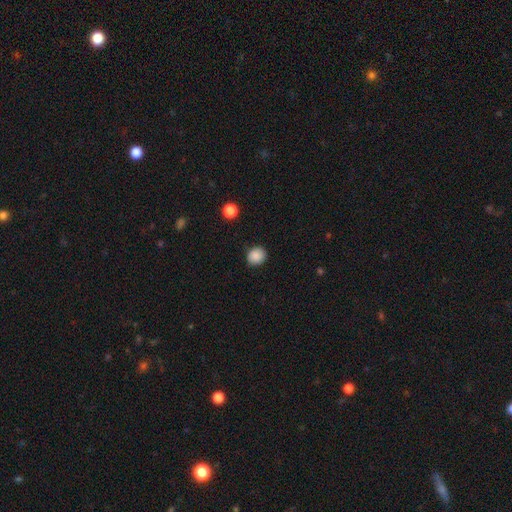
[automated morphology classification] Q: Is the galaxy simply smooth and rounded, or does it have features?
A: smooth — 88%.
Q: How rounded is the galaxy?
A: round — 73%.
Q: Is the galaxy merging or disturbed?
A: none — 87%.